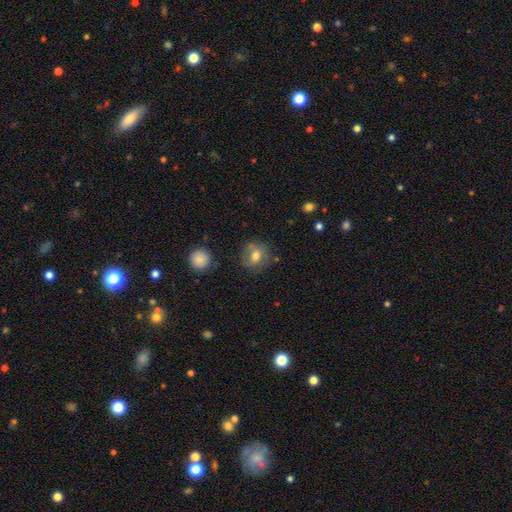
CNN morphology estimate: The model was most divided on "how rounded": round: 70%, in between: 29%, cigar-shaped: 1%. More confident: merging — none (69%); smooth or featured — smooth (66%).